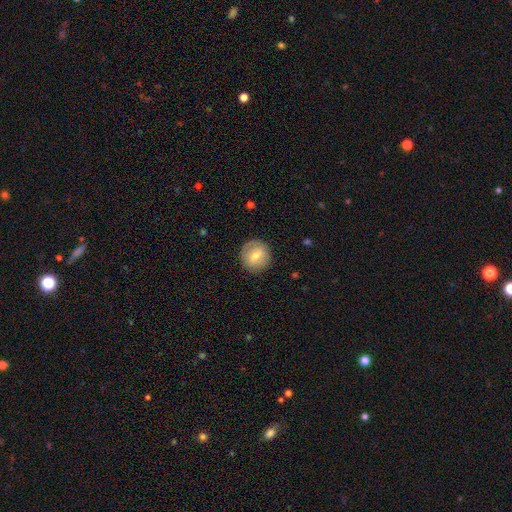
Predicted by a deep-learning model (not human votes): smooth_or_featured: smooth (p=0.66) [alt: featured or disk p=0.27]
how_rounded: round (p=0.91) [alt: in between p=0.08]
merging: none (p=0.86) [alt: minor disturbance p=0.10]